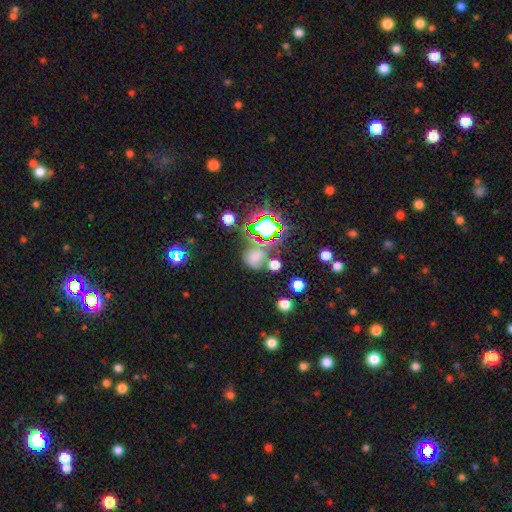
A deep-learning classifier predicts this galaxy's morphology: A star or artifact, not a galaxy (51%).